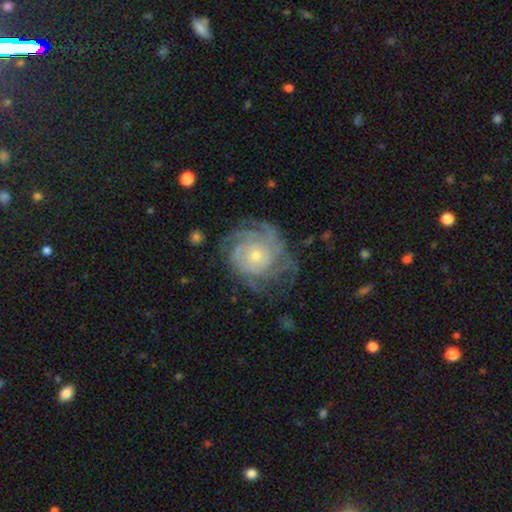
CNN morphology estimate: smooth-or-featured: featured or disk: 82% | smooth: 11% | star or artifact: 6%
  disk-edge-on: no: 97% | yes: 3%
    bar: no: 83% | weak: 14% | strong: 3%
    has-spiral-arms: yes: 93% | no: 7%
      spiral-winding: tight: 68% | medium: 25% | loose: 7%
      spiral-arm-count: can't tell: 36% | 4: 20% | 3: 15% | more than 4: 13% | 2: 10% | 1: 6%
    bulge-size: small: 69% | moderate: 27% | large: 2% | none: 1% | dominant: 1%
  merging: none: 64% | minor disturbance: 20% | major disturbance: 15% | merger: 2%